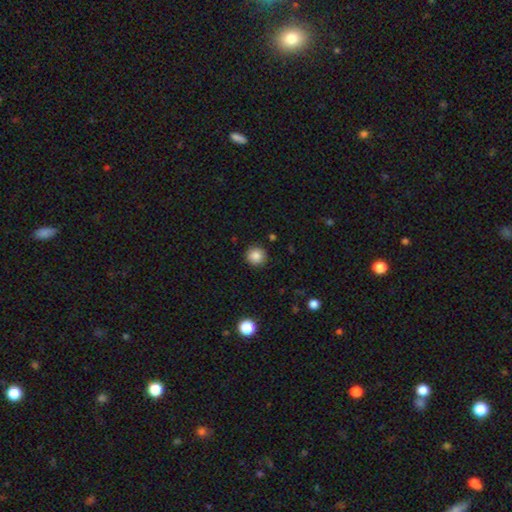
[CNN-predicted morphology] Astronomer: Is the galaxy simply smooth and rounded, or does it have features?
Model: smooth — 86%.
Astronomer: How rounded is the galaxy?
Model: round — 94%.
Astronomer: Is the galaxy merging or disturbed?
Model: none — 91%.